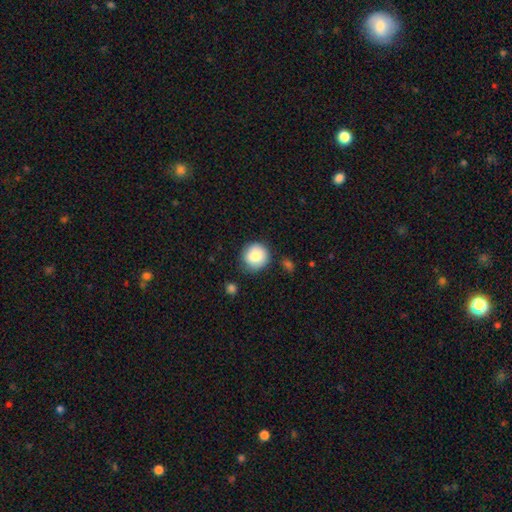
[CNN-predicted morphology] This appears to be a smooth galaxy with no disk features (84%) that is round (92%). Merging: none (80%).